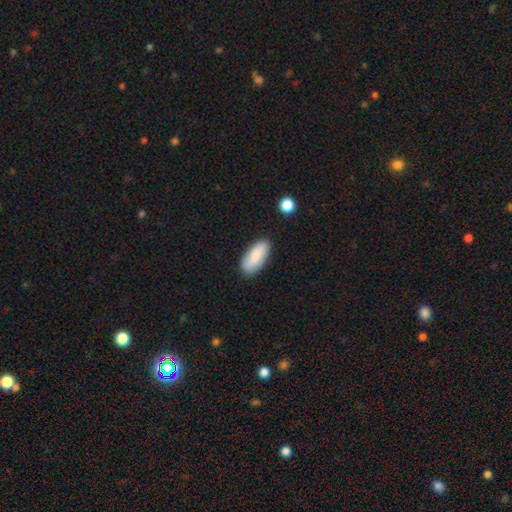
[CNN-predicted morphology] smooth-or-featured: smooth: 81% | featured or disk: 13% | star or artifact: 6%
  how-rounded: in between: 87% | cigar-shaped: 11% | round: 2%
  merging: none: 82% | minor disturbance: 13% | major disturbance: 3% | merger: 2%